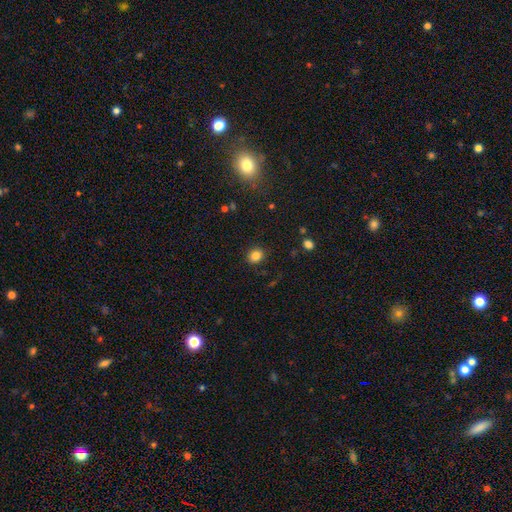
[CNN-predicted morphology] Smooth or featured: smooth — 83% (star or artifact — 12%)
How rounded: round — 70% (in between — 29%)
Merging: none — 88% (minor disturbance — 8%)